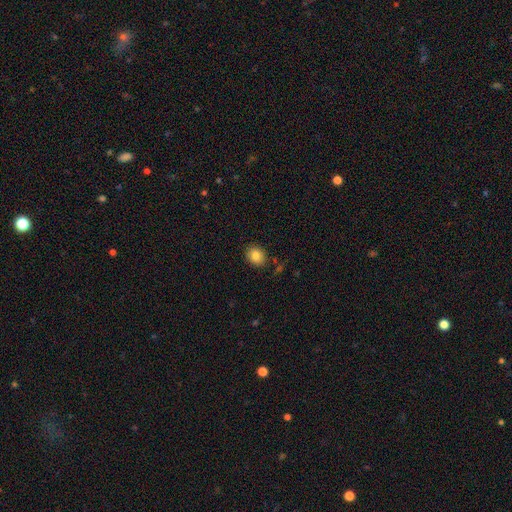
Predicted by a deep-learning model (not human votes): smooth 84%, star or artifact 9%, featured or disk 7%. Down the decision tree: how rounded — round (55%); merging — none (86%).